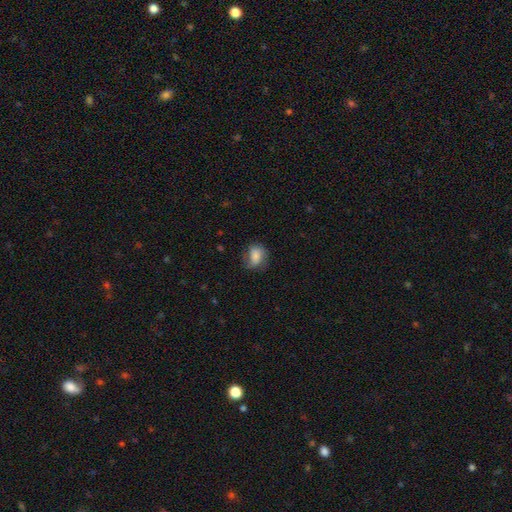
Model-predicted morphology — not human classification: A smooth galaxy with no disk features (73%) that is in between round and cigar-shaped (67%).

Vote fractions:
- Smooth or featured? smooth: 73% / featured or disk: 19% / star or artifact: 8%
- How rounded? in between: 67% / round: 31% / cigar-shaped: 2%
- Merging? none: 60% / minor disturbance: 27% / major disturbance: 12% / merger: 1%